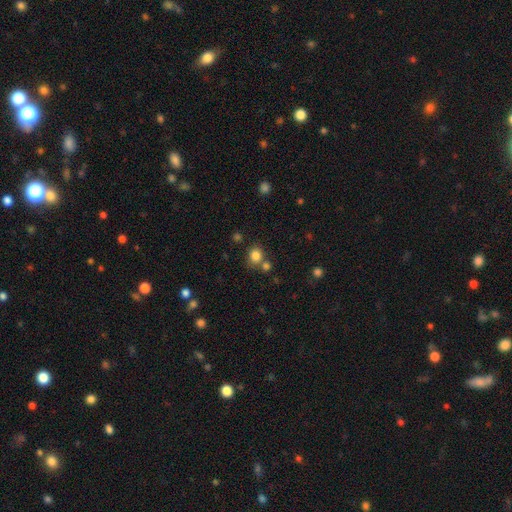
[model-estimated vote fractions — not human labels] Overall: smooth (82%). How rounded: round (77%). Merging: none (66%).